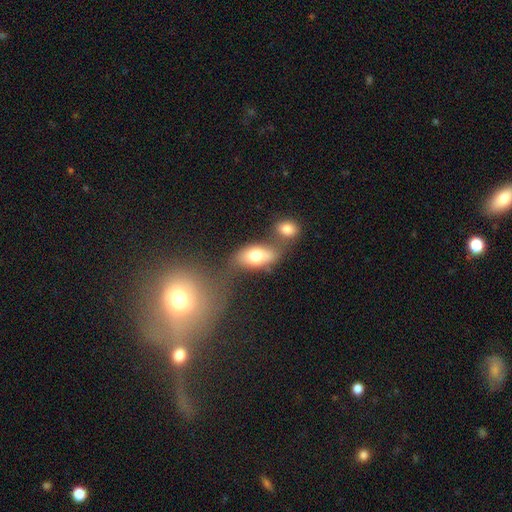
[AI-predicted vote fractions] smooth_or_featured: smooth (p=0.72) [alt: featured or disk p=0.19]
how_rounded: in between (p=0.85) [alt: round p=0.10]
merging: none (p=0.49) [alt: merger p=0.27]